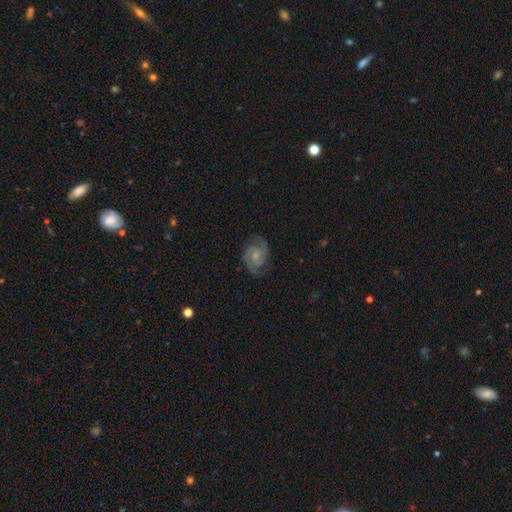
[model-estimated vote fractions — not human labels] Q: Smooth or featured?
A: featured or disk (88%); runner-up: smooth (7%)
Q: Edge-on disk?
A: no (98%); runner-up: yes (2%)
Q: Bar?
A: no (49%); runner-up: weak (43%)
Q: Spiral arms?
A: yes (98%); runner-up: no (2%)
Q: Spiral winding?
A: medium (48%); runner-up: tight (44%)
Q: Spiral arm count?
A: 2 (86%); runner-up: 3 (6%)
Q: Bulge size?
A: small (53%); runner-up: moderate (34%)
Q: Merging?
A: none (81%); runner-up: minor disturbance (14%)